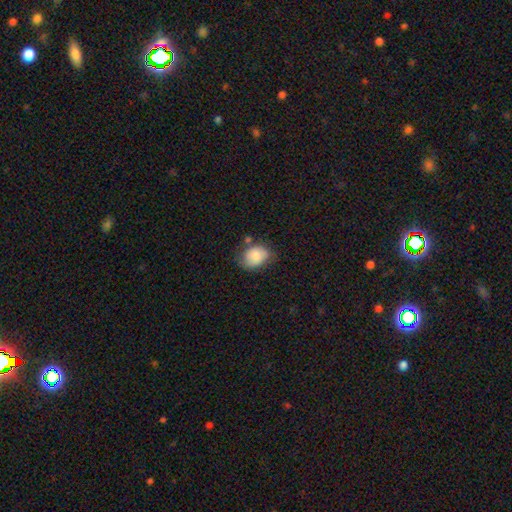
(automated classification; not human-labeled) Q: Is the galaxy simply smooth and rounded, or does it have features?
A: smooth — 80%.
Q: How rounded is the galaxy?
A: in between — 61%.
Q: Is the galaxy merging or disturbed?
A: none — 61%.